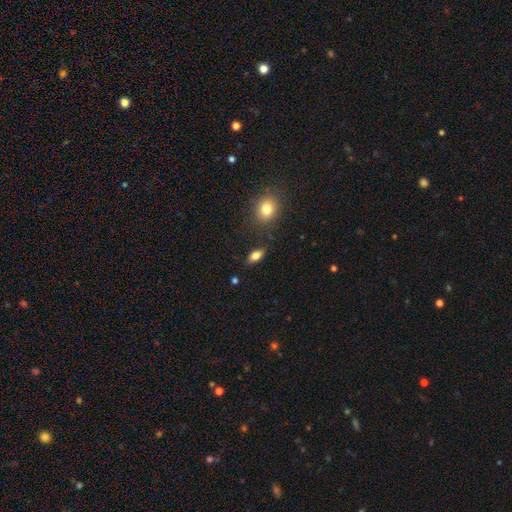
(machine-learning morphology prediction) Smooth or featured? smooth (78%)
How rounded? in between (84%)
Merging? none (80%)